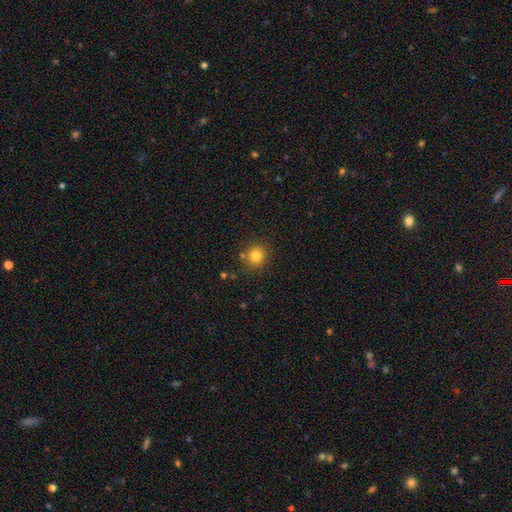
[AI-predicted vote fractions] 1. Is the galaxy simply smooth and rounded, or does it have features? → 81% smooth, 13% star or artifact, 6% featured or disk.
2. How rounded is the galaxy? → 89% round, 10% in between, 1% cigar-shaped.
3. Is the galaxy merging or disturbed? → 83% none, 9% minor disturbance, 6% merger, 3% major disturbance.